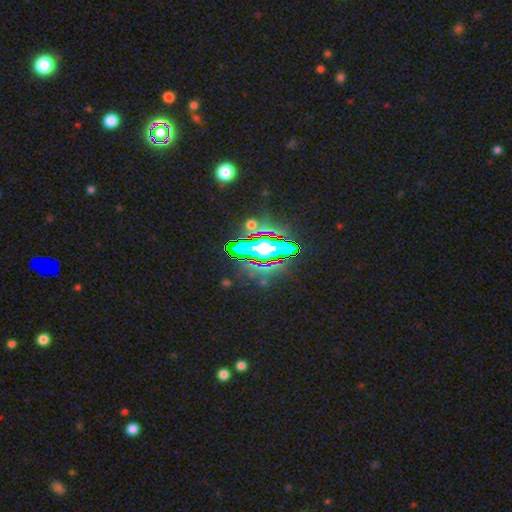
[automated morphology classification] A star or artifact, not a galaxy (72%).

Vote fractions:
- Smooth or featured? star or artifact: 72% / featured or disk: 15% / smooth: 13%